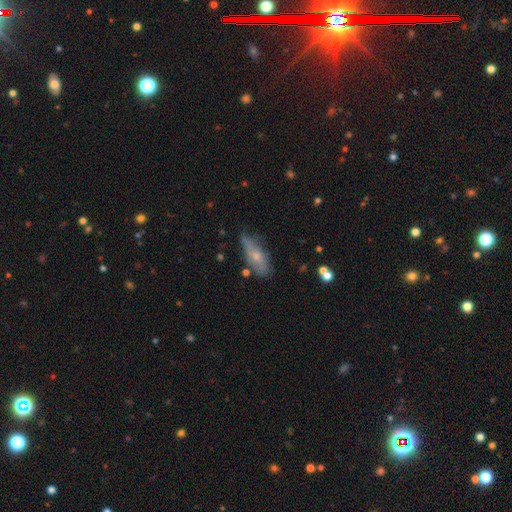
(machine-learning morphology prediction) Smooth or featured: smooth — 51% (featured or disk — 41%)
How rounded: in between — 56% (cigar-shaped — 41%)
Merging: none — 59% (minor disturbance — 30%)